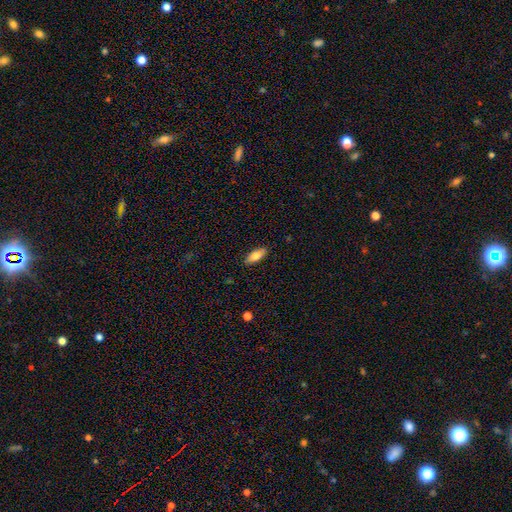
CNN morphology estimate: smooth_or_featured: smooth (p=0.77) [alt: featured or disk p=0.16]
how_rounded: in between (p=0.75) [alt: cigar-shaped p=0.22]
merging: none (p=0.88) [alt: minor disturbance p=0.09]